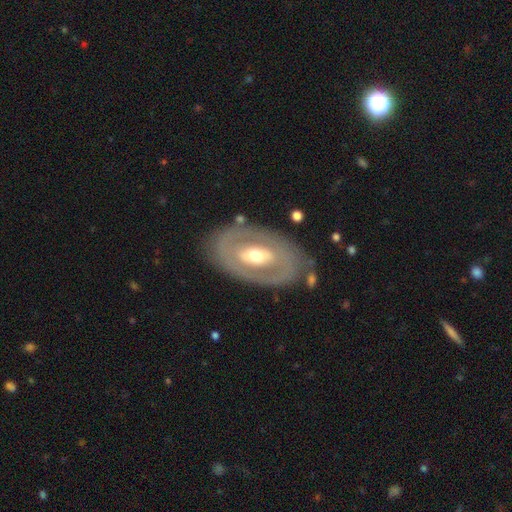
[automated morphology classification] The model was most divided on "bar": no: 47%, weak: 28%, strong: 24%. More confident: edge-on disk — no (91%); spiral arms — no (79%); merging — none (78%); smooth or featured — featured or disk (67%); bulge size — moderate (65%).